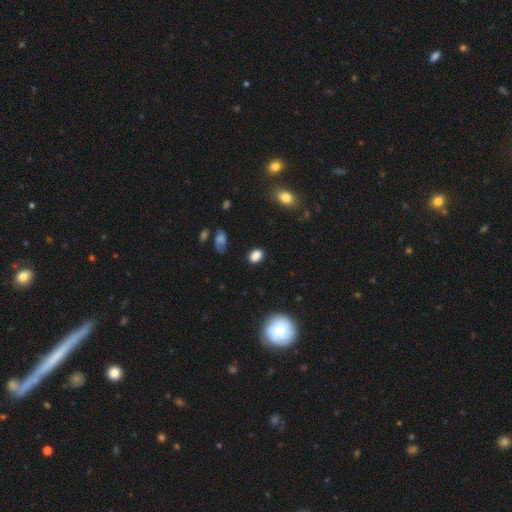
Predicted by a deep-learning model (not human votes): A smooth galaxy with no disk features (83%) that is in between round and cigar-shaped (75%). Merging: none (82%).